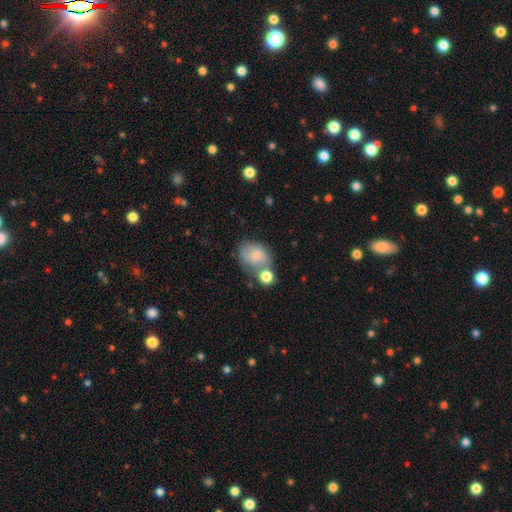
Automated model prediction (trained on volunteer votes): Overall: smooth (55%; featured or disk 35%). How rounded: in between (56%; round 42%). Merging: none (38%; merger 31%).